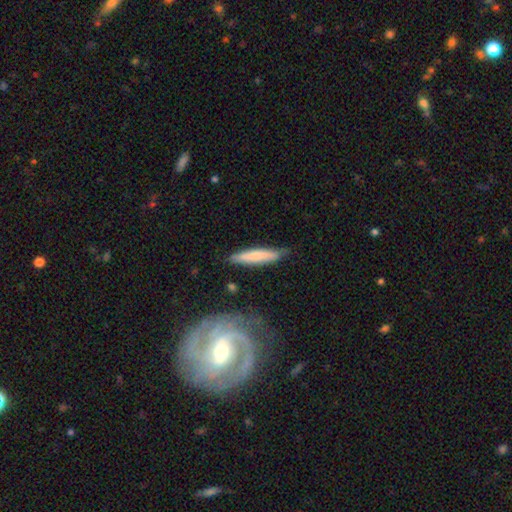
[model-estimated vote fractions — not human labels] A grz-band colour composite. It shows a smooth galaxy with no disk features (59%) that is cigar-shaped (90%). Merging: none (81%).